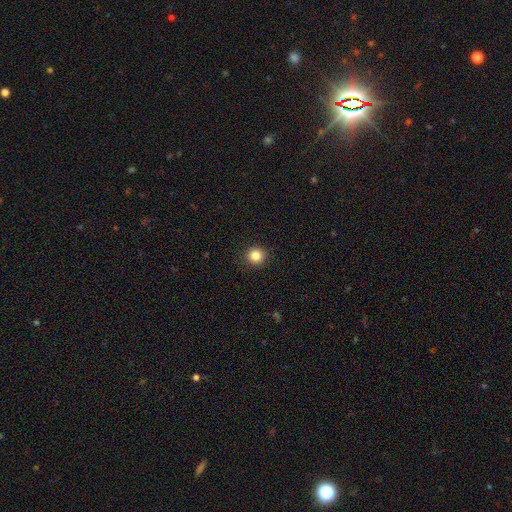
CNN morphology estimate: This is clearly a smooth galaxy (84%). How rounded: clearly round (93%). Merging: clearly none (92%).